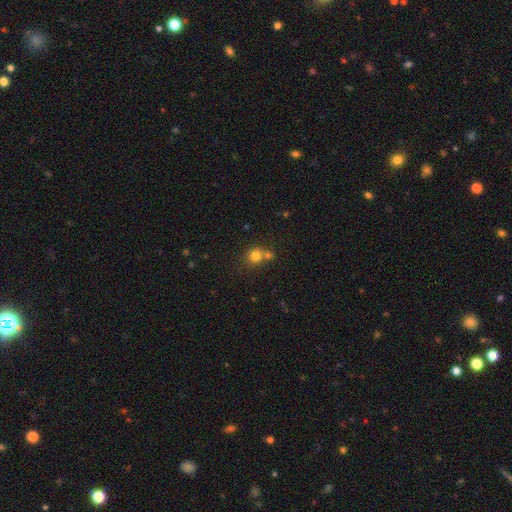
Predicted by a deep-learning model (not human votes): Smooth or featured? smooth (78%)
How rounded? round (86%)
Merging? none (51%)